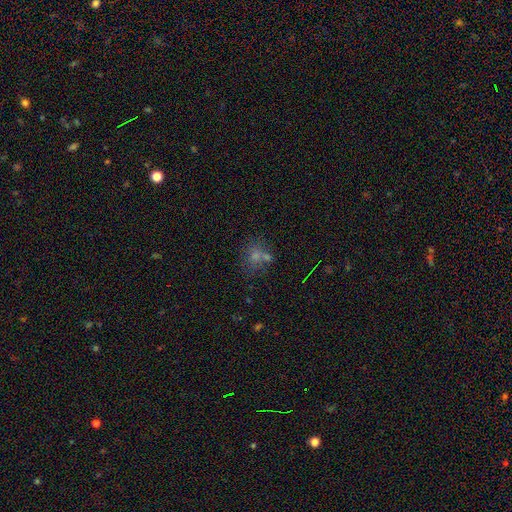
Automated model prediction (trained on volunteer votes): smooth_or_featured: smooth (p=0.54) [alt: star or artifact p=0.31]
how_rounded: round (p=0.71) [alt: in between p=0.28]
merging: none (p=0.58) [alt: merger p=0.23]